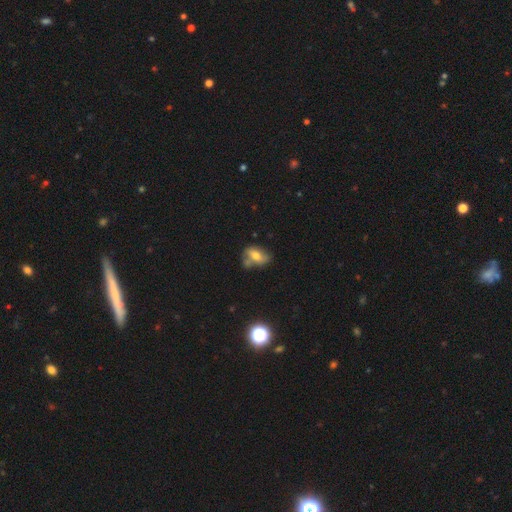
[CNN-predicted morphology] Smooth or featured? smooth (57%)
How rounded? in between (79%)
Merging? none (48%)